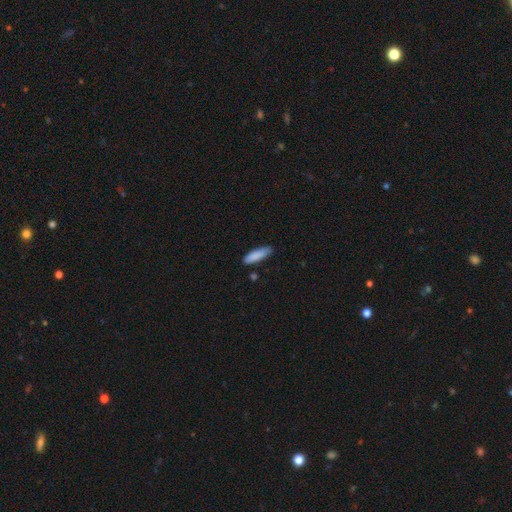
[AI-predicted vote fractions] A smooth galaxy with no disk features (87%) that is cigar-shaped (61%). Merging: none (75%).